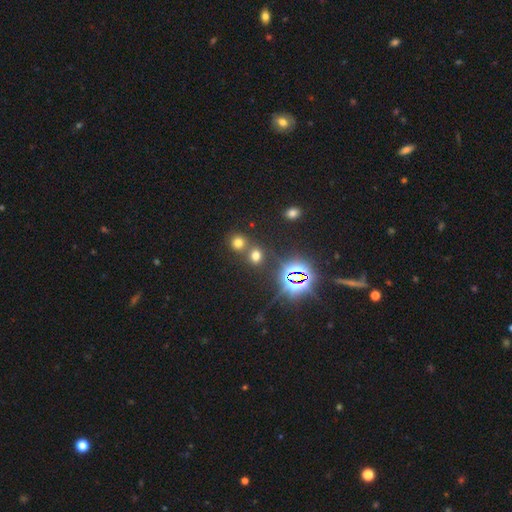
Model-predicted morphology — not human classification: Smooth or featured? smooth (55%)
How rounded? round (74%)
Merging? none (60%)